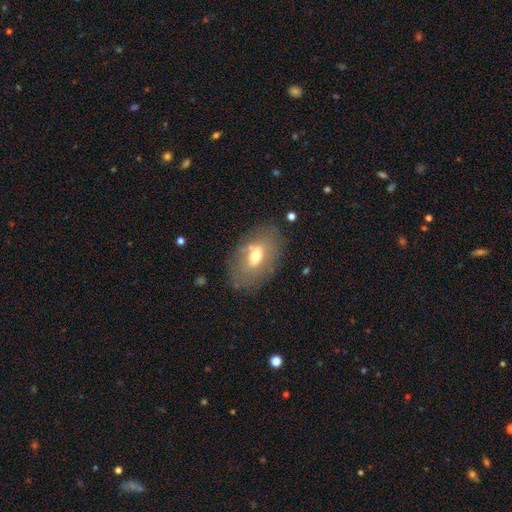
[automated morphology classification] Overall: smooth (55%; featured or disk 35%). How rounded: in between (85%). Merging: none (75%).